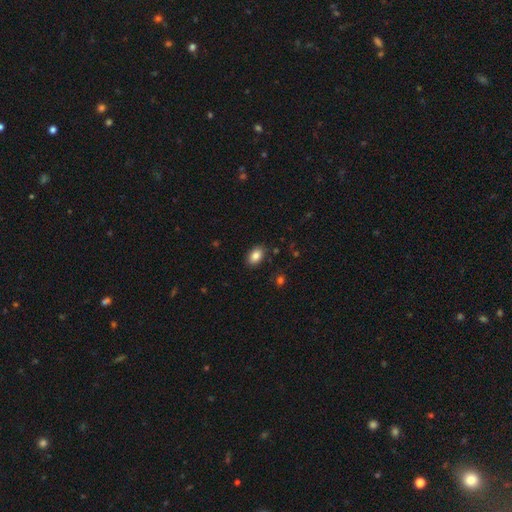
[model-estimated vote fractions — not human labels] Smooth or featured? smooth (86%)
How rounded? in between (88%)
Merging? none (87%)